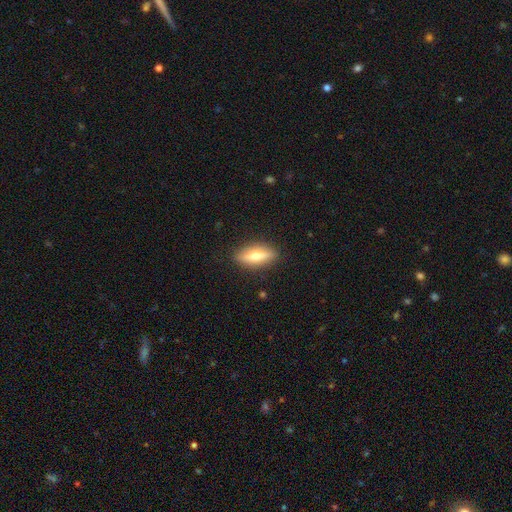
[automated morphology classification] This is possibly a smooth galaxy (47%). Merging: clearly none (87%).